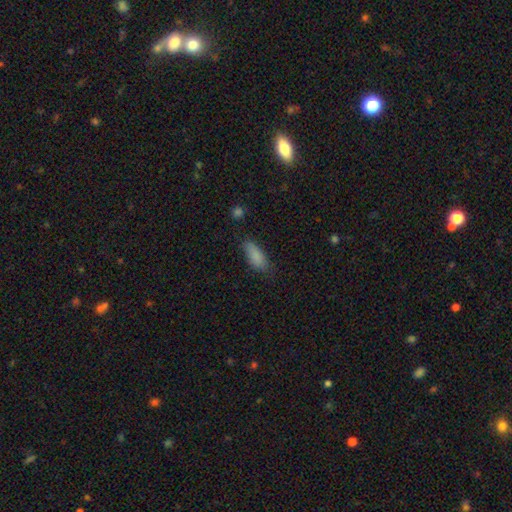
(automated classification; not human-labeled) Smooth or featured: smooth — 86% (star or artifact — 8%)
How rounded: in between — 73% (cigar-shaped — 25%)
Merging: none — 71% (minor disturbance — 22%)